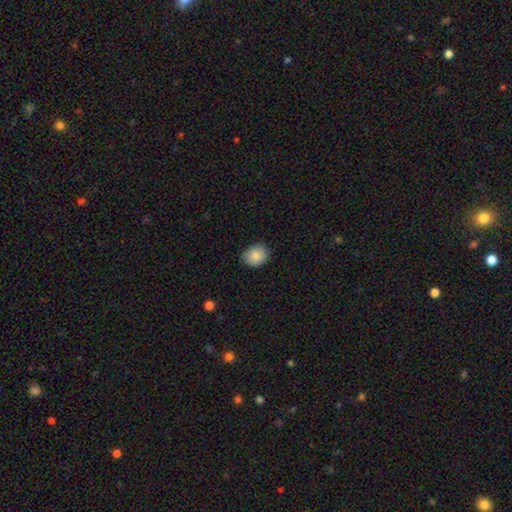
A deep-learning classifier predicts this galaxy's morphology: Smooth or featured?
  - smooth: 86% *
  - star or artifact: 7%
  - featured or disk: 7%
How rounded?
  - in between: 56% *
  - round: 43%
  - cigar-shaped: 1%
Merging?
  - none: 78% *
  - minor disturbance: 18%
  - major disturbance: 3%
  - merger: 1%